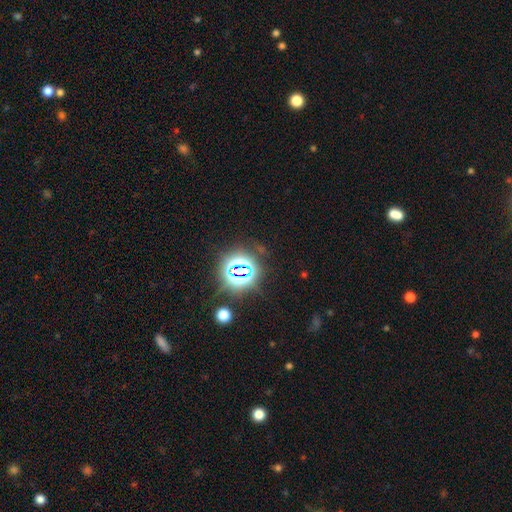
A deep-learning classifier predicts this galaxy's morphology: This is clearly a star or artifact rather than a galaxy (80%).